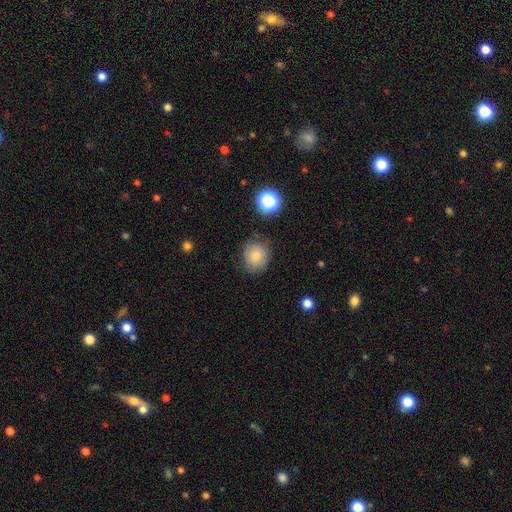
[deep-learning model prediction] A smooth galaxy with no disk features (83%) that is round (82%).

Vote fractions:
- Smooth or featured? smooth: 83% / star or artifact: 11% / featured or disk: 6%
- How rounded? round: 82% / in between: 17% / cigar-shaped: 1%
- Merging? none: 79% / minor disturbance: 15% / major disturbance: 4% / merger: 3%